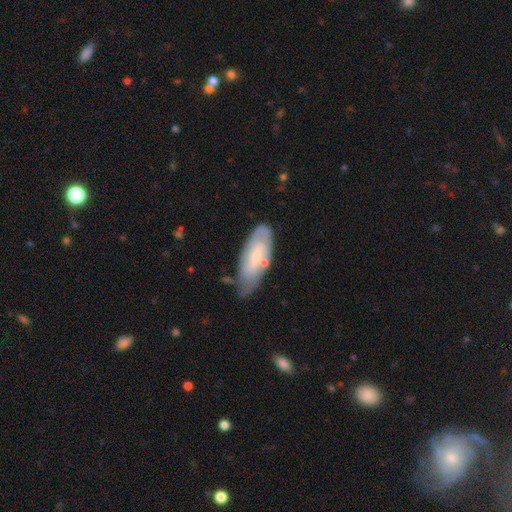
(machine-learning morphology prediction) Q: Smooth or featured?
A: featured or disk (48%); runner-up: smooth (45%)
Q: Merging?
A: none (54%); runner-up: minor disturbance (31%)